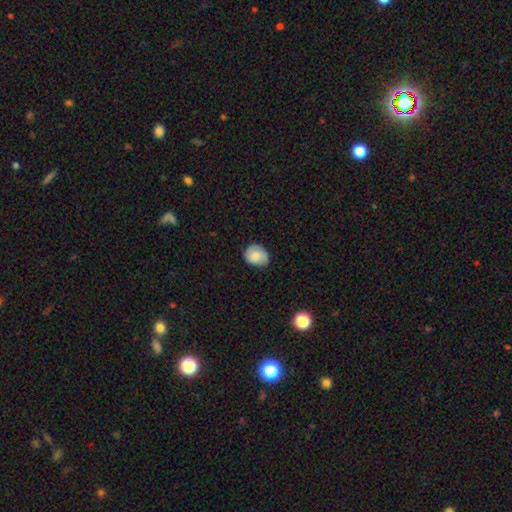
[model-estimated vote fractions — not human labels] Overall: smooth (74%). How rounded: round (55%; in between 45%). Merging: none (69%).